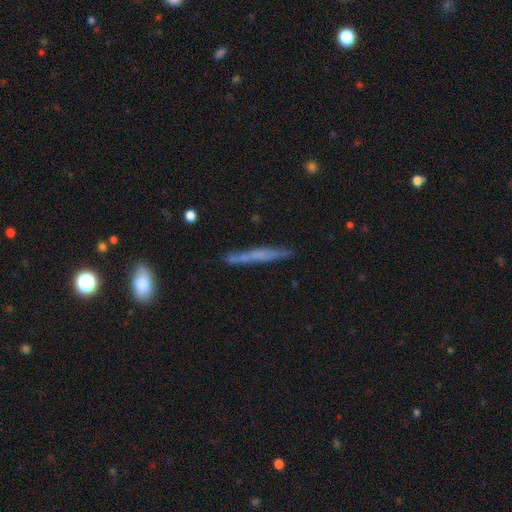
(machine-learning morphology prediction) Overall: smooth (48%; featured or disk 44%). Merging: none (82%).